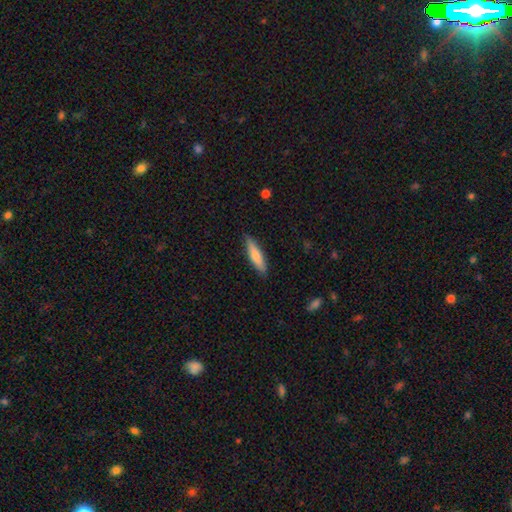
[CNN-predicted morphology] Smooth or featured? Predicted: smooth (p=0.71). How rounded? Predicted: cigar-shaped (p=0.77). Merging? Predicted: none (p=0.88).